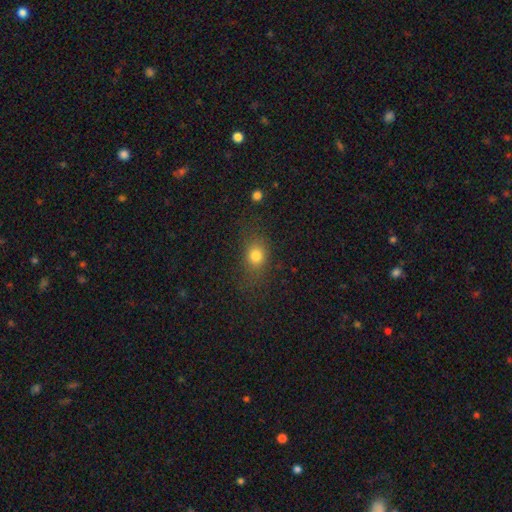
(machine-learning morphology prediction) type=smooth (78%); roundness=round (49%); merging=none (70%).